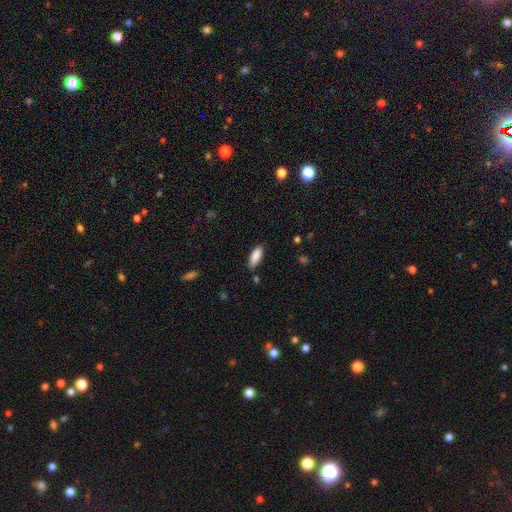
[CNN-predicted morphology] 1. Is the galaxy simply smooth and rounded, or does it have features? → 88% smooth, 6% star or artifact, 5% featured or disk.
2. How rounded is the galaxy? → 75% in between, 24% cigar-shaped, 2% round.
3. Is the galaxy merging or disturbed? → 81% none, 14% minor disturbance, 3% major disturbance, 2% merger.